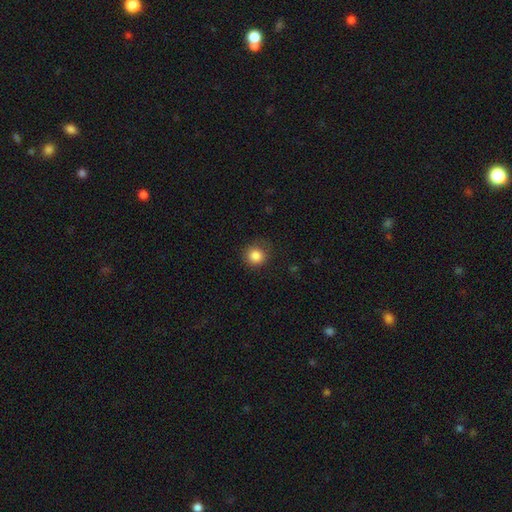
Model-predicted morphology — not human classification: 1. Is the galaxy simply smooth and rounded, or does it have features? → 85% smooth, 10% star or artifact, 5% featured or disk.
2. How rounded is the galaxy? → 91% round, 9% in between, 1% cigar-shaped.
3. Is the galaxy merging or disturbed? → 80% none, 14% minor disturbance, 5% major disturbance, 1% merger.